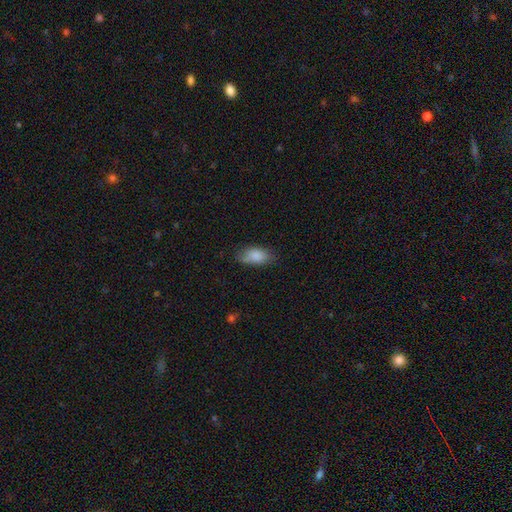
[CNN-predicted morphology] smooth-or-featured: smooth: 84% | featured or disk: 9% | star or artifact: 7%
  how-rounded: in between: 91% | cigar-shaped: 5% | round: 4%
  merging: none: 66% | minor disturbance: 26% | major disturbance: 6% | merger: 2%